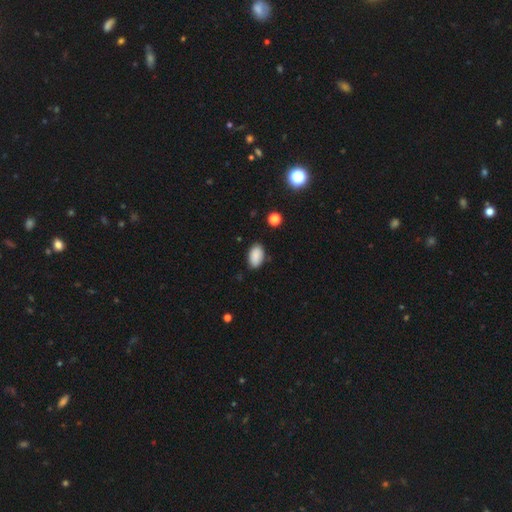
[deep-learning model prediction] Smooth or featured: smooth — 88% (star or artifact — 7%)
How rounded: in between — 93% (round — 6%)
Merging: none — 82% (minor disturbance — 13%)